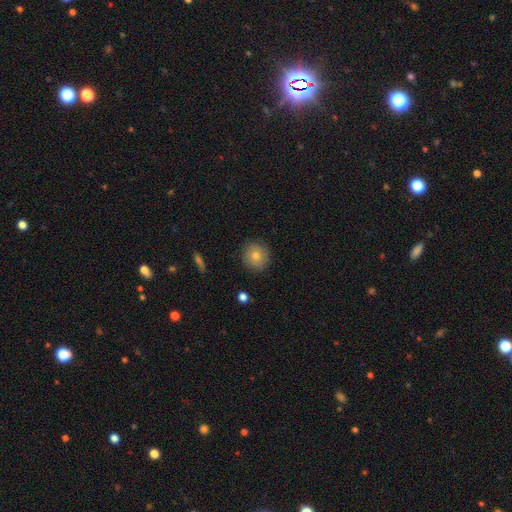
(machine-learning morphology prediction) This is likely a smooth galaxy (75%). How rounded: clearly round (93%). Merging: clearly none (89%).